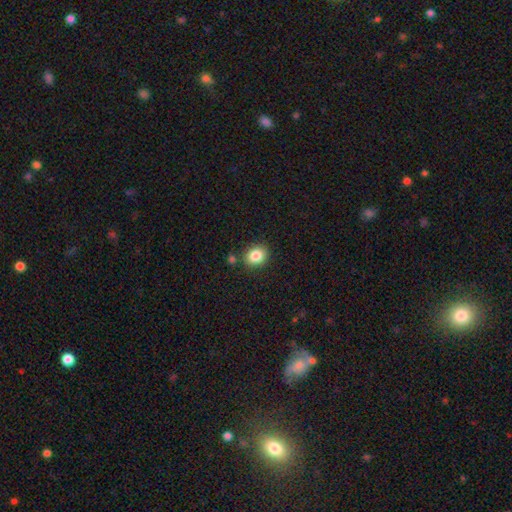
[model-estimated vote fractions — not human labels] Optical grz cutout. It shows a smooth galaxy with no disk features (84%) that is round (59%). Merging: none (83%).